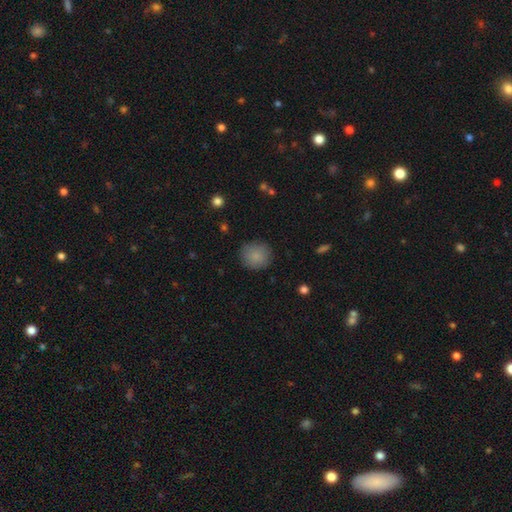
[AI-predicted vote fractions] Smooth or featured: smooth — 85% (star or artifact — 8%)
How rounded: round — 88% (in between — 11%)
Merging: none — 85% (minor disturbance — 11%)